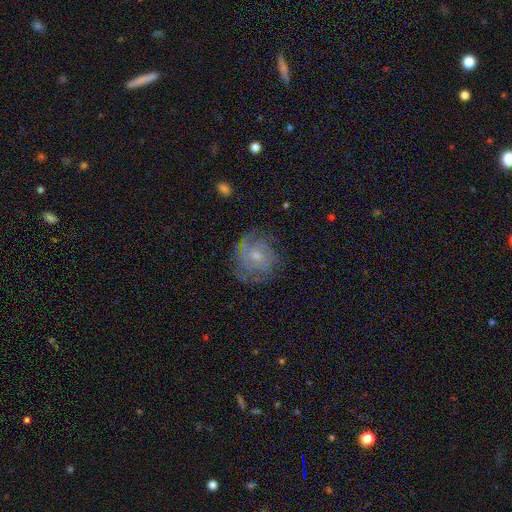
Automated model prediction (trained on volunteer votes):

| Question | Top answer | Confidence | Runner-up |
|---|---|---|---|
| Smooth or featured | featured or disk | 61% | smooth (29%) |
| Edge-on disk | no | 97% | yes (3%) |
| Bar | no | 67% | weak (29%) |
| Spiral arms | yes | 79% | no (21%) |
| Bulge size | small | 58% | moderate (35%) |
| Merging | none | 68% | minor disturbance (20%) |